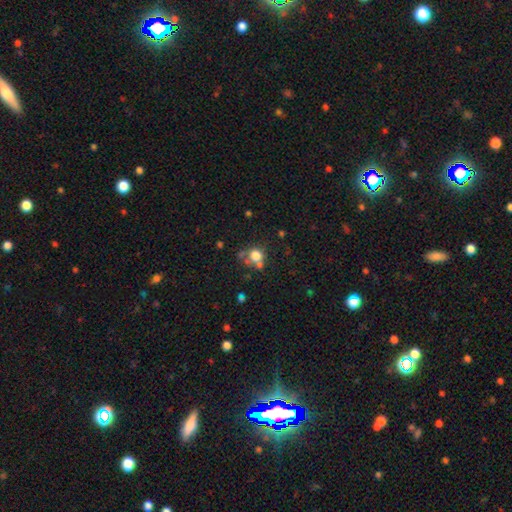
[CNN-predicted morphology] smooth 73%, star or artifact 14%, featured or disk 13%. Down the decision tree: how rounded — round (83%); merging — none (55%).